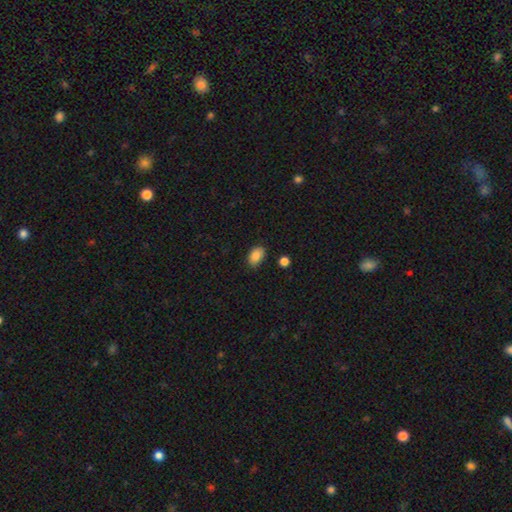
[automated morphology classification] smooth 86%, star or artifact 9%, featured or disk 6%. Down the decision tree: how rounded — in between (88%); merging — none (78%).